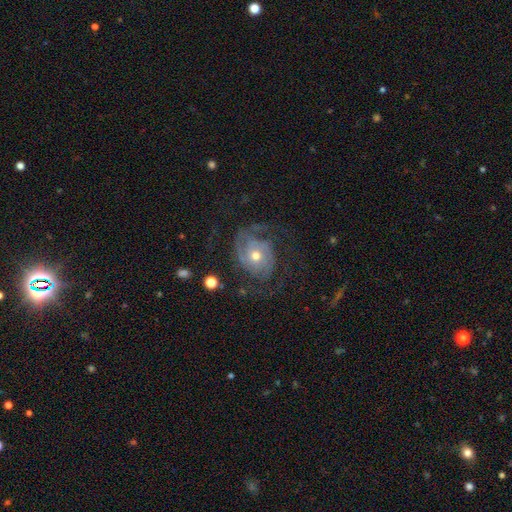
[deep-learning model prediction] Smooth or featured? Predicted: featured or disk (p=0.85). Edge-on disk? Predicted: no (p=0.97). Bar? Predicted: no (p=0.75). Spiral arms? Predicted: yes (p=0.94). Spiral winding? Predicted: tight (p=0.42). Spiral arm count? Predicted: 2 (p=0.48). Bulge size? Predicted: moderate (p=0.55). Merging? Predicted: none (p=0.61).